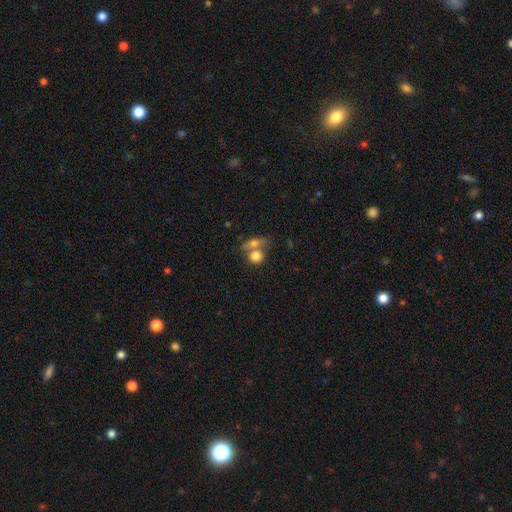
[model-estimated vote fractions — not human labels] Morphology: type=smooth (77%); roundness=round (66%); merging=merger (49%).